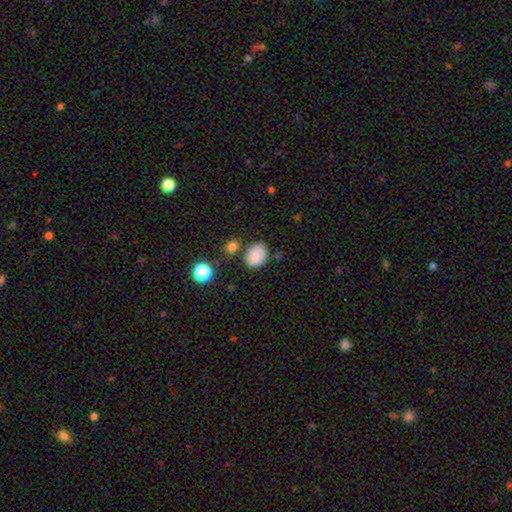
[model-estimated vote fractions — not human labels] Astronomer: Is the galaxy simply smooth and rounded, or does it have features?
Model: smooth — 84%.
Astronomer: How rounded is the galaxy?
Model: in between — 64%.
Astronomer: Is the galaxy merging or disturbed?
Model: none — 73%.